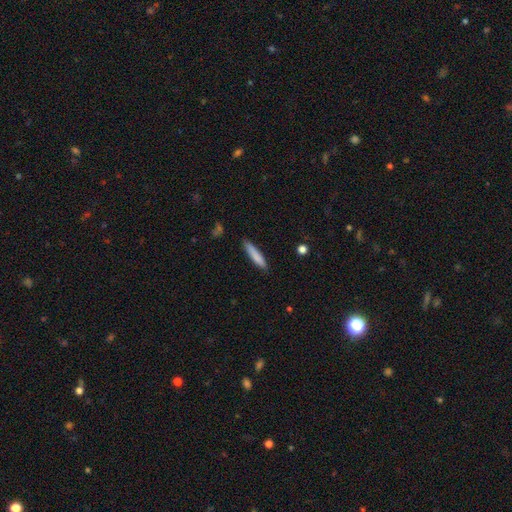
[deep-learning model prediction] Smooth or featured? Predicted: smooth (p=0.82). How rounded? Predicted: cigar-shaped (p=0.88). Merging? Predicted: none (p=0.86).